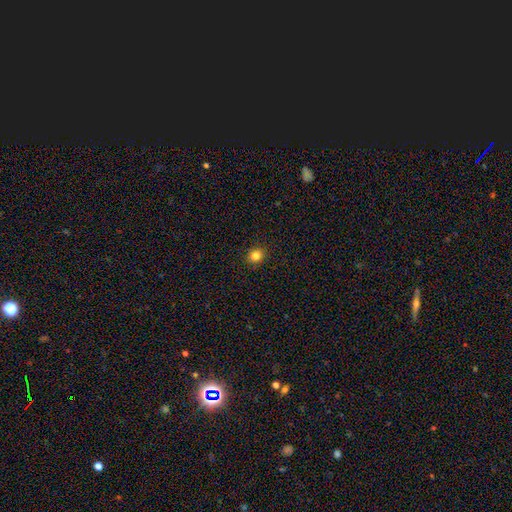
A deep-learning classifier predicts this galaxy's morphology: smooth_or_featured: smooth (p=0.83) [alt: star or artifact p=0.12]
how_rounded: round (p=0.78) [alt: in between p=0.21]
merging: none (p=0.91) [alt: minor disturbance p=0.06]